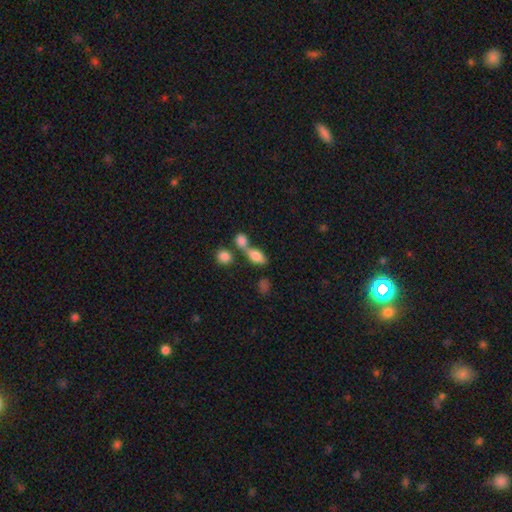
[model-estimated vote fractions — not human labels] Smooth or featured: smooth — 77% (featured or disk — 13%)
How rounded: in between — 79% (round — 12%)
Merging: merger — 44% (none — 40%)